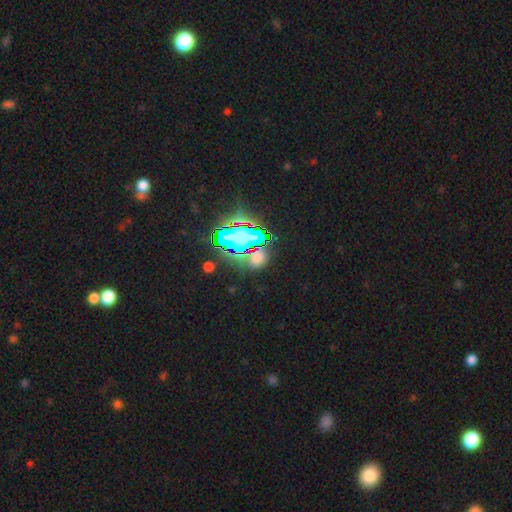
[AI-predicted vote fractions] Smooth or featured? star or artifact (64%)